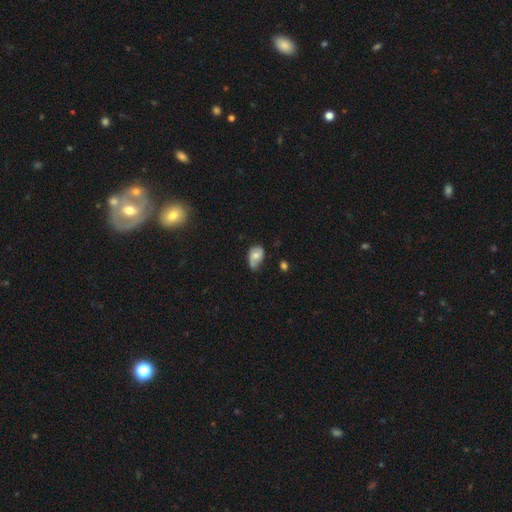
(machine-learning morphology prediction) This appears to be a smooth galaxy with no disk features (59%) that is in between round and cigar-shaped (81%). Merging: minor disturbance (47%).